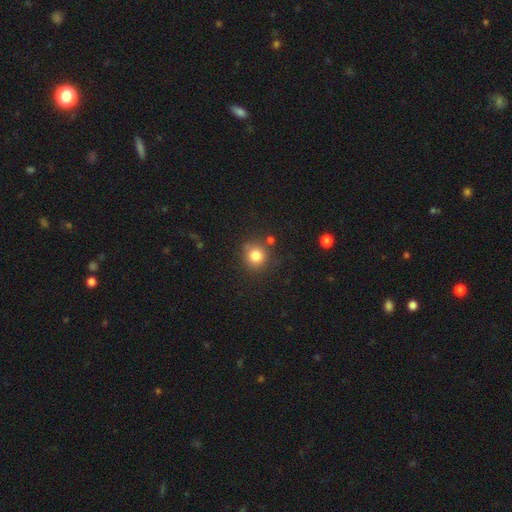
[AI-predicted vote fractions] The model was most divided on "merging": none: 79%, minor disturbance: 11%, merger: 6%, major disturbance: 3%. More confident: how rounded — round (89%); smooth or featured — smooth (82%).